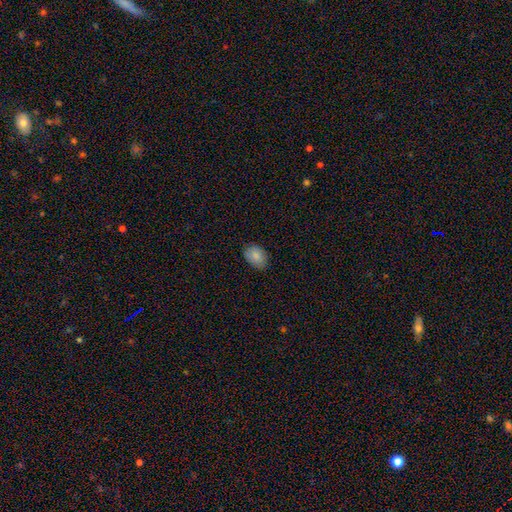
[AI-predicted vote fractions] Q: Smooth or featured?
A: smooth (86%); runner-up: star or artifact (7%)
Q: How rounded?
A: in between (79%); runner-up: round (20%)
Q: Merging?
A: none (82%); runner-up: minor disturbance (14%)